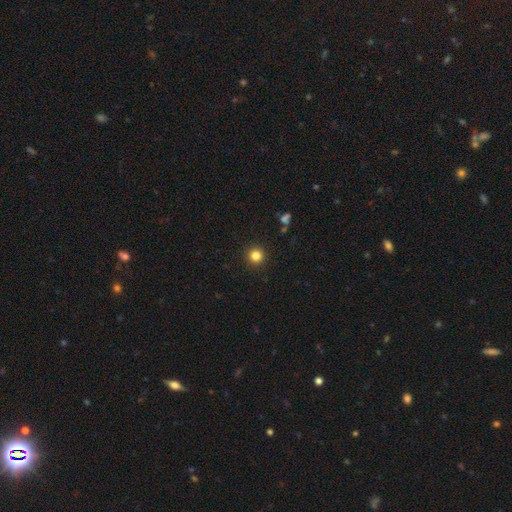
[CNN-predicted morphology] smooth_or_featured: smooth (p=0.83) [alt: star or artifact p=0.13]
how_rounded: round (p=0.96) [alt: in between p=0.04]
merging: none (p=0.93) [alt: minor disturbance p=0.05]